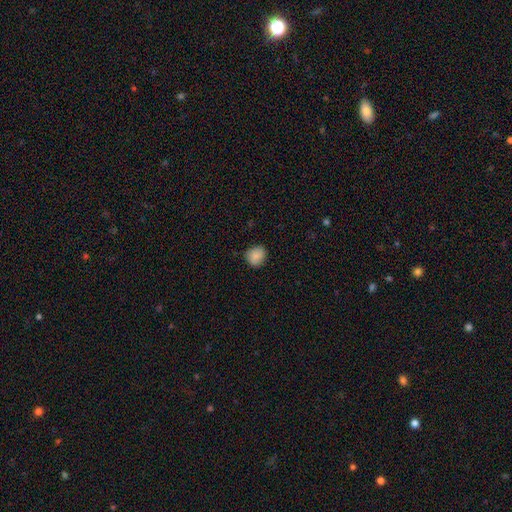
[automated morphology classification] Smooth or featured? smooth (87%)
How rounded? round (75%)
Merging? none (82%)